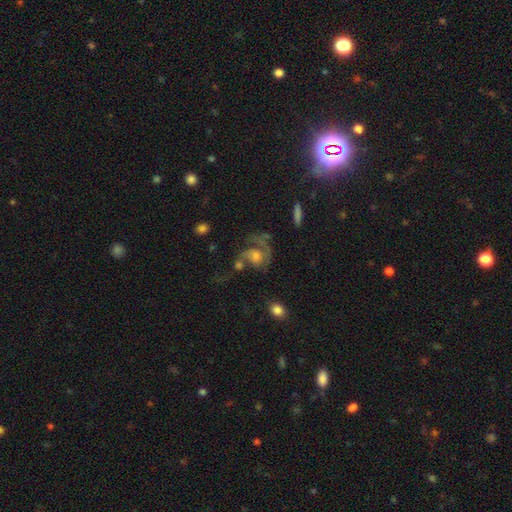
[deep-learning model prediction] The model was most divided on "merging": major disturbance: 33%, none: 32%, merger: 20%, minor disturbance: 14%. Remaining: edge-on disk — no (97%); spiral arms — yes (83%); bar — no (72%); smooth or featured — featured or disk (68%); bulge size — moderate (49%); spiral arm count — 1 (43%); spiral winding — medium (42%).